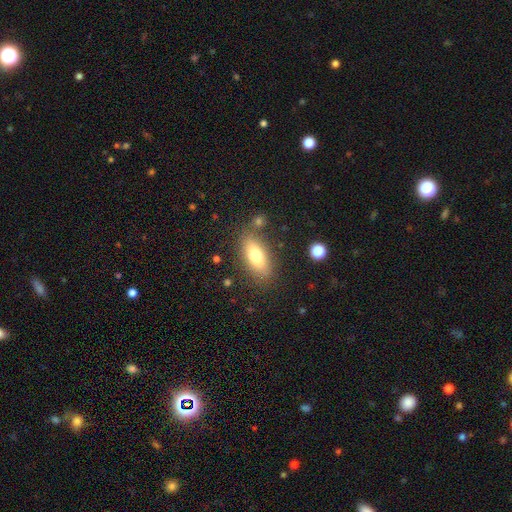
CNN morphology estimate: This is likely a smooth galaxy (74%). How rounded: likely in between (78%). Merging: likely none (78%).